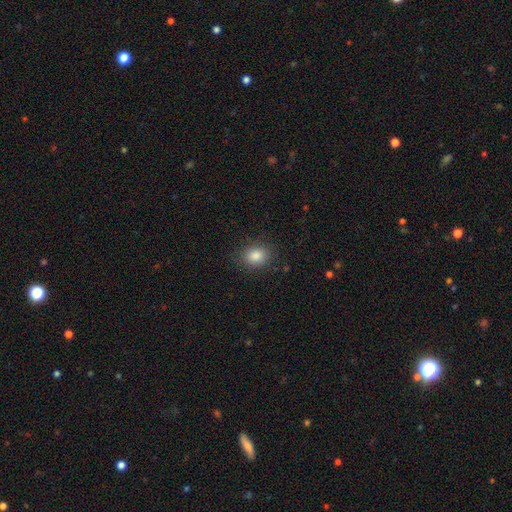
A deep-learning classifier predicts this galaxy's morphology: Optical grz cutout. It shows a smooth galaxy with no disk features (85%) that is in between round and cigar-shaped (52%). Merging: none (87%).